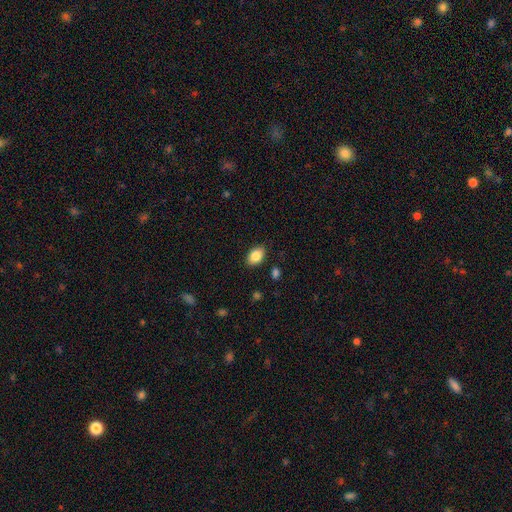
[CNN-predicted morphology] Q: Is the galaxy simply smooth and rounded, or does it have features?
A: smooth — 86%.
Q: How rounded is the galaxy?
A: in between — 88%.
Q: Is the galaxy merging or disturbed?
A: none — 86%.